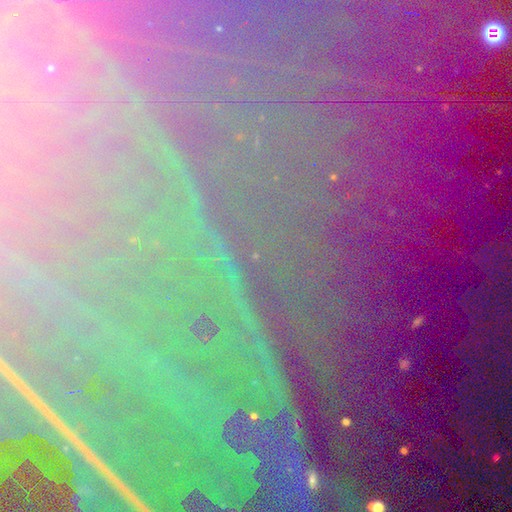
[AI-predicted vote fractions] Q: Smooth or featured?
A: star or artifact (82%); runner-up: featured or disk (9%)